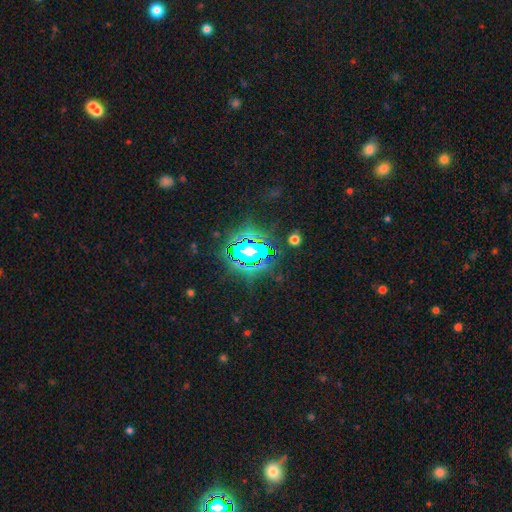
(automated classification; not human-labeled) This appears to be a star or artifact, not a galaxy (69%).